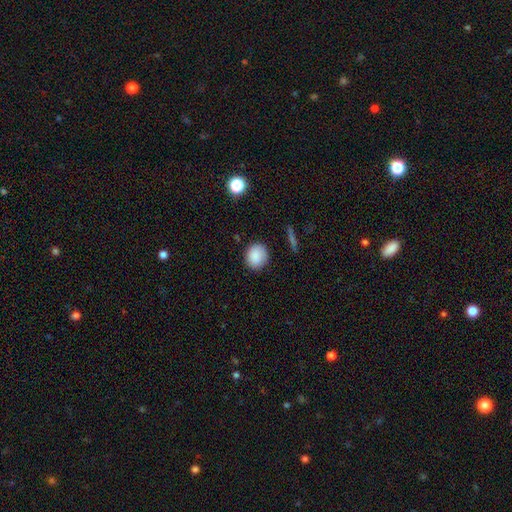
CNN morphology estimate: Q: Smooth or featured?
A: smooth (88%); runner-up: star or artifact (8%)
Q: How rounded?
A: round (76%); runner-up: in between (23%)
Q: Merging?
A: none (86%); runner-up: minor disturbance (10%)